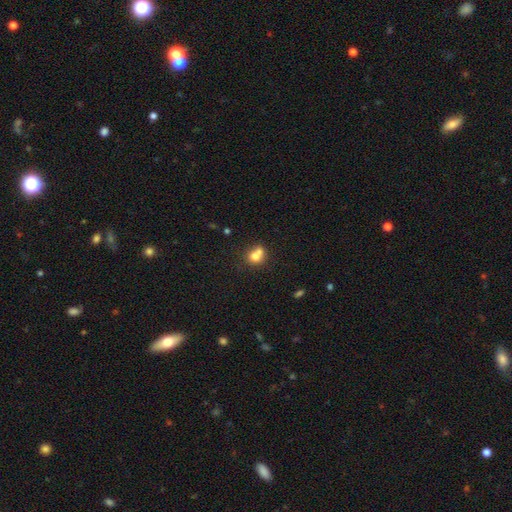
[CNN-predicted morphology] This is likely a smooth galaxy (71%). How rounded: likely round (71%). Merging: possibly merger (55%).